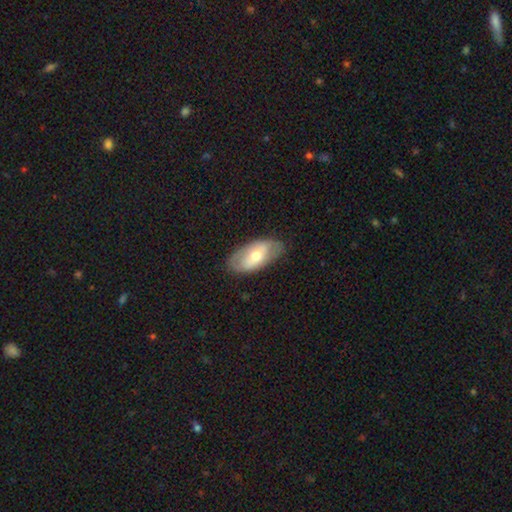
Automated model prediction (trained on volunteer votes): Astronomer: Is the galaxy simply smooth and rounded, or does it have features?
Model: smooth — 54% (runner-up: featured or disk, 40%).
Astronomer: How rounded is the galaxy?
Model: in between — 92%.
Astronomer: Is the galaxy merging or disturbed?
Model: none — 76%.